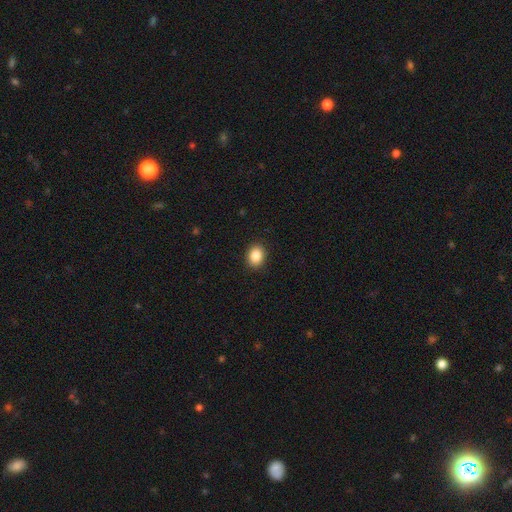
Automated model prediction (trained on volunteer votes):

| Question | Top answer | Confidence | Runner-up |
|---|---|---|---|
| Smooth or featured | smooth | 87% | star or artifact (9%) |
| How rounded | in between | 56% | round (43%) |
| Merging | none | 90% | minor disturbance (7%) |